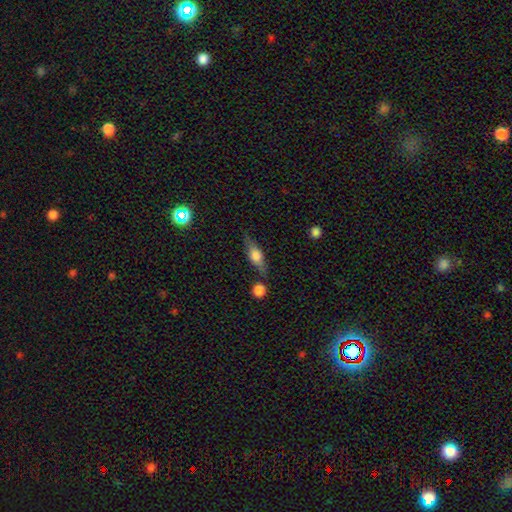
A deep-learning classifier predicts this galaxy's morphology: Q: Smooth or featured?
A: smooth (47%); runner-up: featured or disk (46%)
Q: Merging?
A: none (69%); runner-up: minor disturbance (17%)